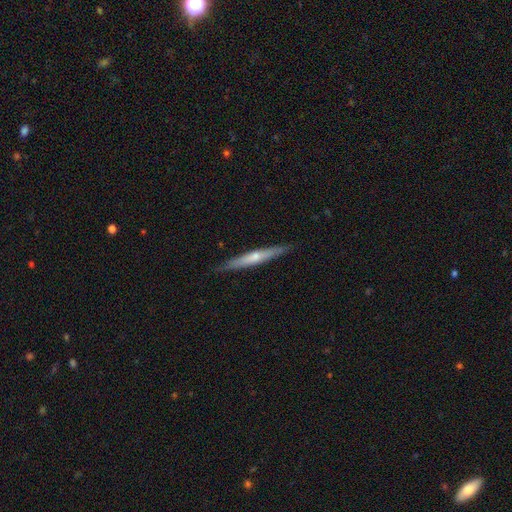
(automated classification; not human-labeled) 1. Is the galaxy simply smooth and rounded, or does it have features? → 57% featured or disk, 38% smooth, 6% star or artifact.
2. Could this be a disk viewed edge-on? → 95% yes, 5% no.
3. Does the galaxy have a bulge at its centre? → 61% rounded, 35% none, 4% boxy.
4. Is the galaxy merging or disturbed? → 88% none, 9% minor disturbance, 2% major disturbance, 1% merger.